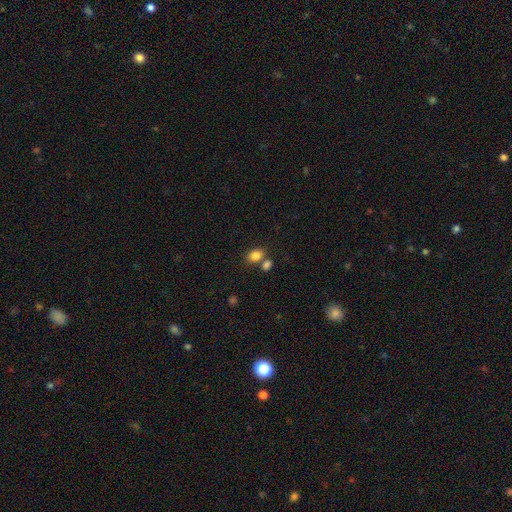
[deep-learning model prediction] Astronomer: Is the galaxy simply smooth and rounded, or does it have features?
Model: smooth — 83%.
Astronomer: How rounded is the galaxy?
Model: in between — 63%.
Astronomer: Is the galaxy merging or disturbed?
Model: none — 58%.